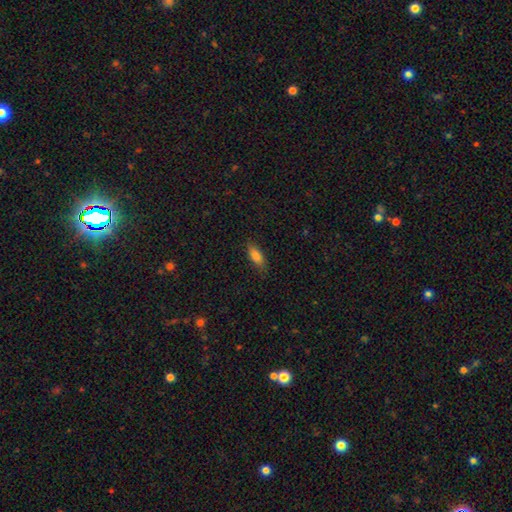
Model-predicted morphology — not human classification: type=smooth (82%); roundness=in between (78%); merging=none (80%).